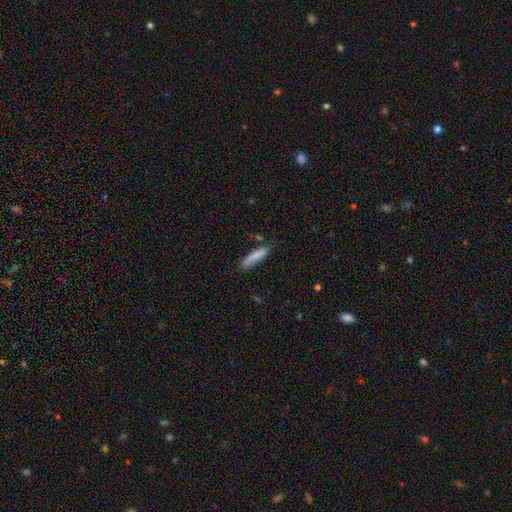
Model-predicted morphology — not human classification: smooth_or_featured: smooth (p=0.83) [alt: featured or disk p=0.11]
how_rounded: cigar-shaped (p=0.85) [alt: in between p=0.14]
merging: none (p=0.73) [alt: minor disturbance p=0.19]